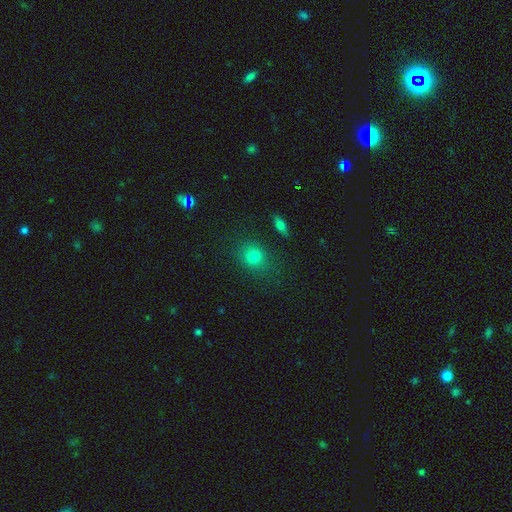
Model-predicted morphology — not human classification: The model was most divided on "how rounded": round: 54%, in between: 44%, cigar-shaped: 2%. More confident: smooth or featured — smooth (75%); merging — none (75%).